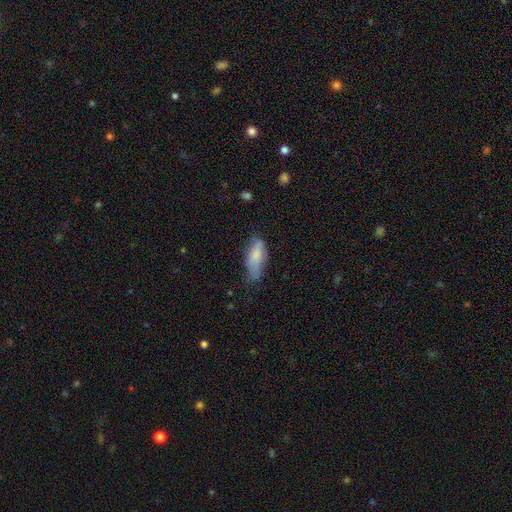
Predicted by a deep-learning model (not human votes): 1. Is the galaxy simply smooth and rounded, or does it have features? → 73% smooth, 20% featured or disk, 7% star or artifact.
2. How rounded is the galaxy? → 79% in between, 19% cigar-shaped, 2% round.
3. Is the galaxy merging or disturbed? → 47% none, 37% minor disturbance, 14% major disturbance, 3% merger.